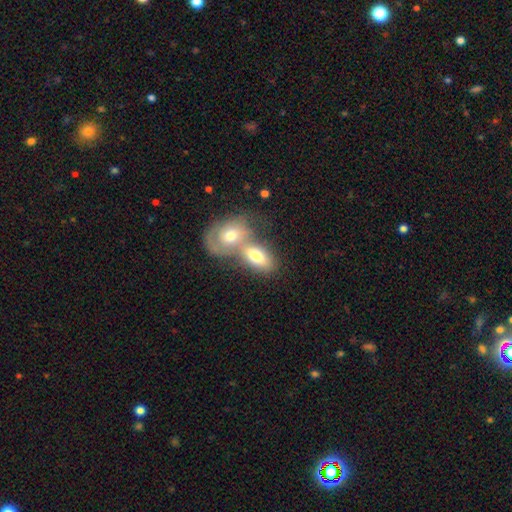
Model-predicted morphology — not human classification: Smooth or featured: smooth — 64% (featured or disk — 29%)
How rounded: in between — 86% (round — 10%)
Merging: merger — 64% (none — 23%)